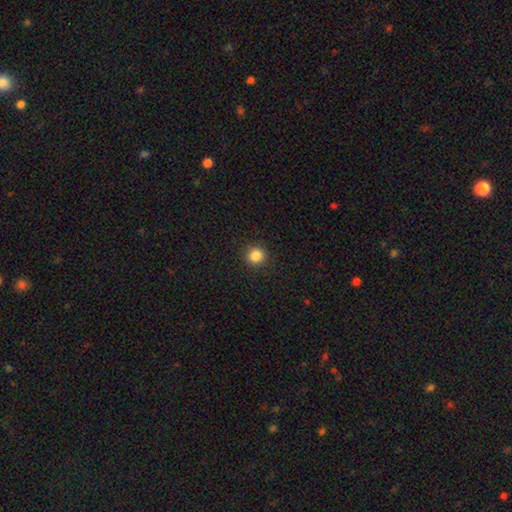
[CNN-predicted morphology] Smooth or featured? smooth (85%)
How rounded? round (93%)
Merging? none (92%)